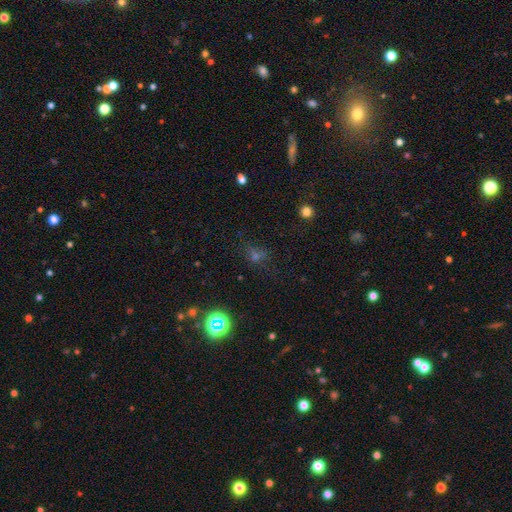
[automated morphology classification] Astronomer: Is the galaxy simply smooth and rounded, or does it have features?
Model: star or artifact — 48% (runner-up: smooth, 38%).